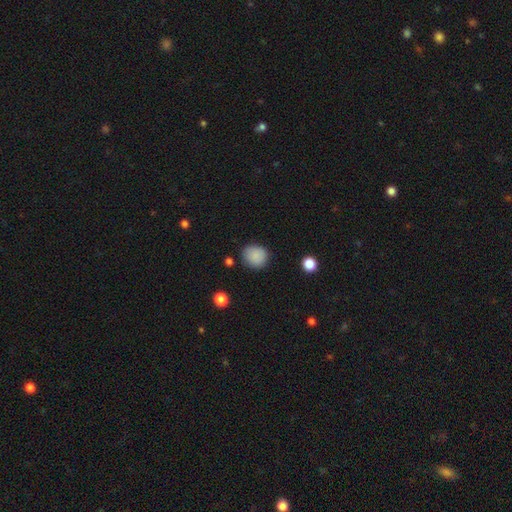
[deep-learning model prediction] A smooth galaxy with no disk features (87%) that is round (83%). Merging: none (84%).